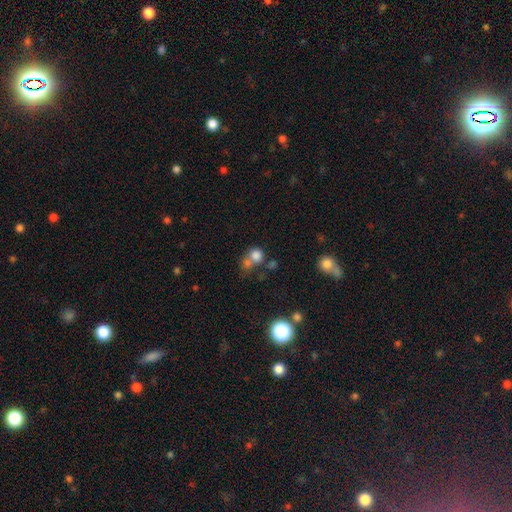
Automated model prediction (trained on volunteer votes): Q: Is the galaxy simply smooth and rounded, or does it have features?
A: smooth — 75%.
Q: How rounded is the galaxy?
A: round — 82%.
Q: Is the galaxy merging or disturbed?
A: merger — 44%.